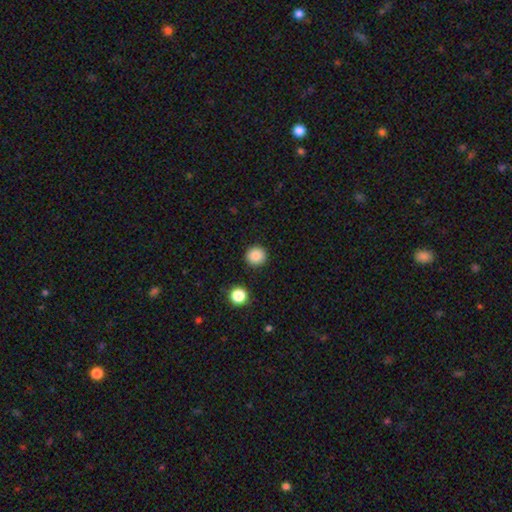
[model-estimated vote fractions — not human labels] smooth 86%, star or artifact 10%, featured or disk 4%. Down the decision tree: how rounded — round (95%); merging — none (92%).